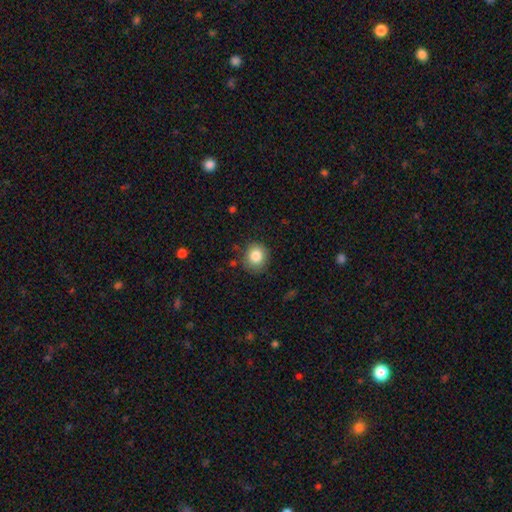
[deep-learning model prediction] smooth_or_featured: smooth (p=0.84) [alt: star or artifact p=0.09]
how_rounded: round (p=0.85) [alt: in between p=0.14]
merging: none (p=0.83) [alt: minor disturbance p=0.13]